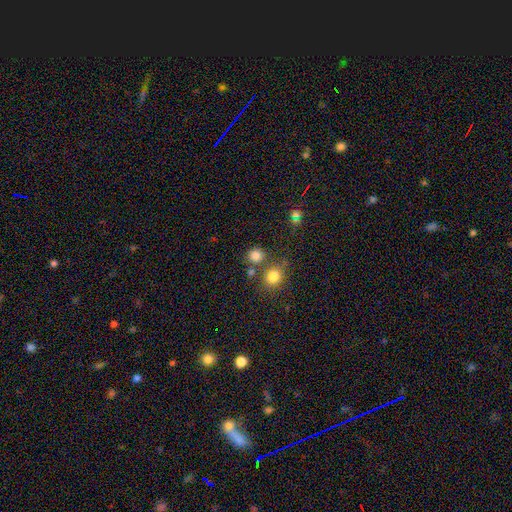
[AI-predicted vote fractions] A smooth galaxy with no disk features (81%) that is round (88%).

Vote fractions:
- Smooth or featured? smooth: 81% / star or artifact: 14% / featured or disk: 5%
- How rounded? round: 88% / in between: 11% / cigar-shaped: 1%
- Merging? none: 72% / merger: 17% / minor disturbance: 8% / major disturbance: 3%